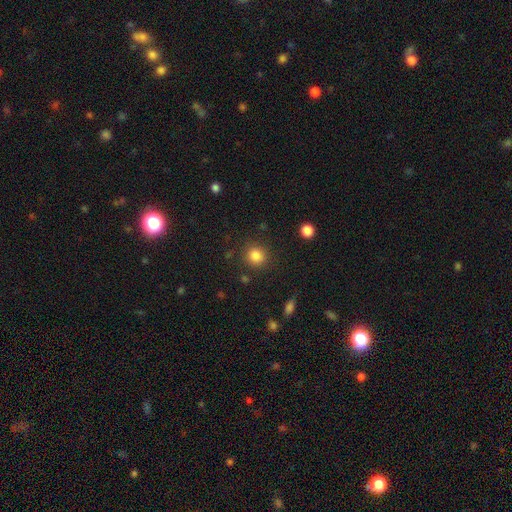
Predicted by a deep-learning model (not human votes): Smooth or featured? smooth (84%)
How rounded? round (85%)
Merging? none (86%)